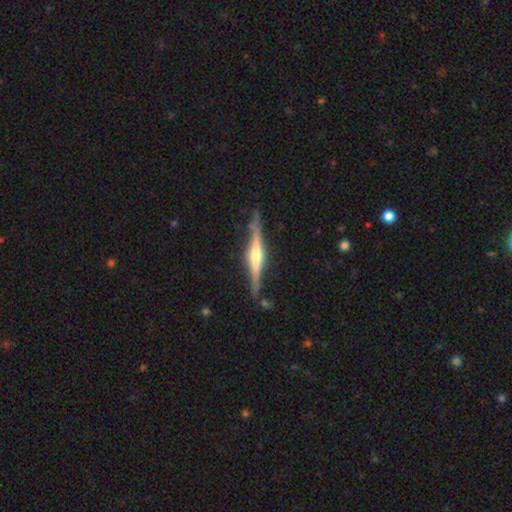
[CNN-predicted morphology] This is clearly a featured or disk galaxy (81%). It is clearly viewed edge-on (98%). Edge-on bulge: clearly rounded (81%). Merging: clearly none (85%).